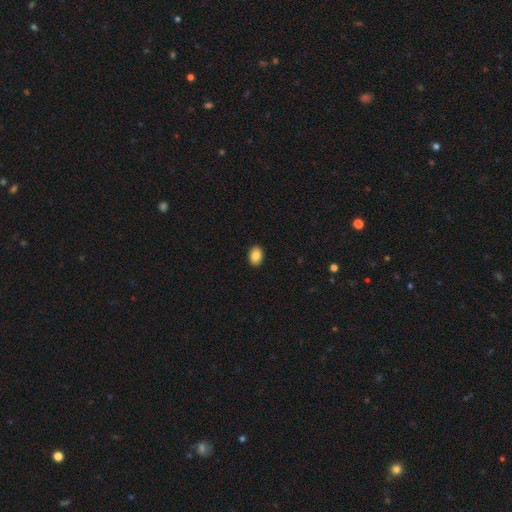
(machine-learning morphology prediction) type=smooth (86%); roundness=in between (78%); merging=none (91%).